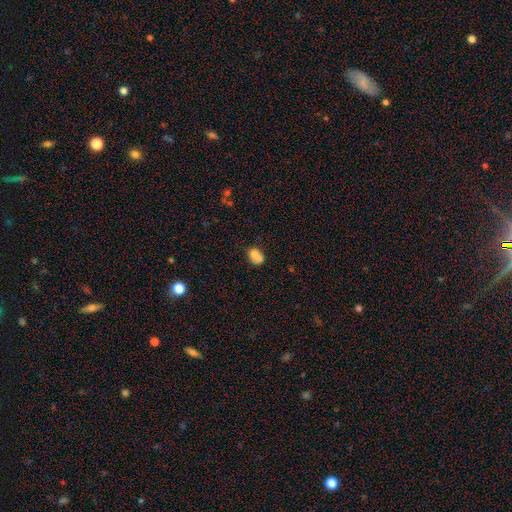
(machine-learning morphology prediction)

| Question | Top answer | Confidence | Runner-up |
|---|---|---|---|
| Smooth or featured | smooth | 75% | featured or disk (15%) |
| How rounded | in between | 70% | round (29%) |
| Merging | none | 38% | merger (31%) |